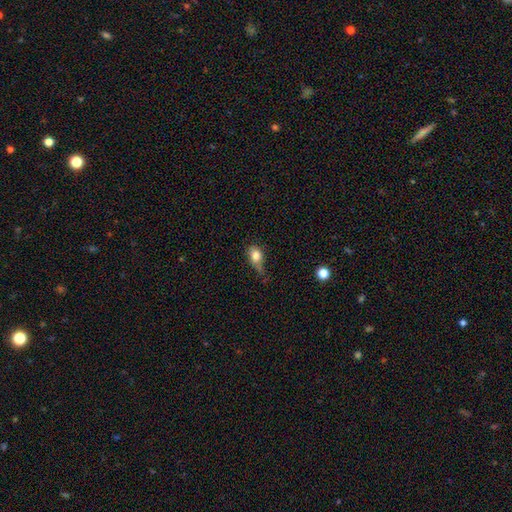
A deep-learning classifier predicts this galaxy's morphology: Smooth or featured? Predicted: smooth (p=0.78). How rounded? Predicted: in between (p=0.66). Merging? Predicted: minor disturbance (p=0.40).